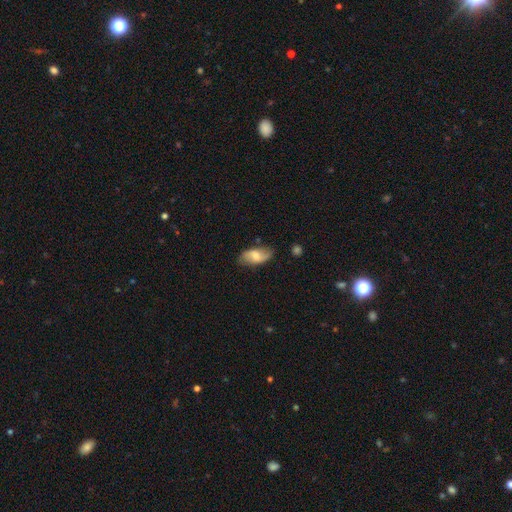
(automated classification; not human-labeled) smooth_or_featured: featured or disk (p=0.47) [alt: smooth p=0.46]
merging: none (p=0.73) [alt: minor disturbance p=0.21]